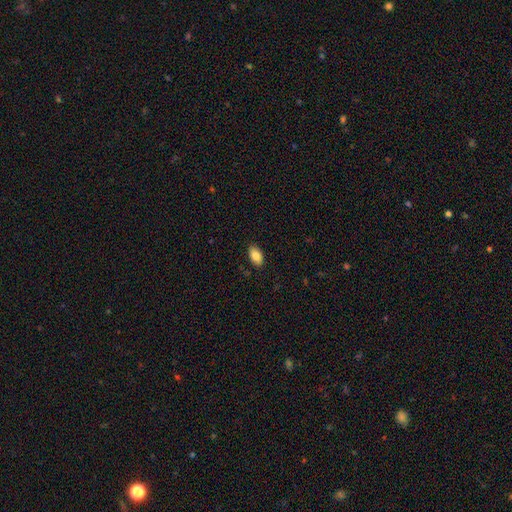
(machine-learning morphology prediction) Smooth or featured? smooth (86%)
How rounded? in between (93%)
Merging? none (88%)